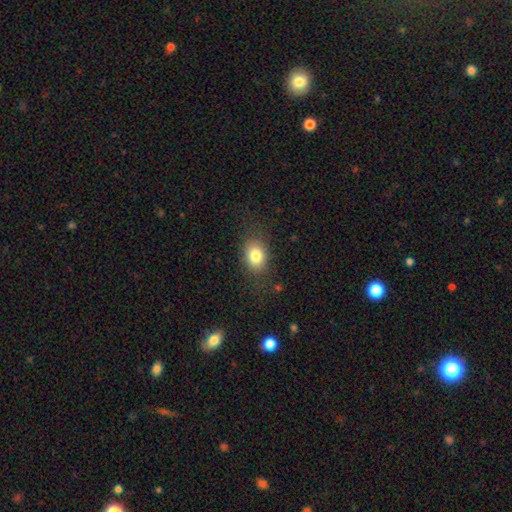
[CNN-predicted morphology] smooth_or_featured: smooth (p=0.81) [alt: star or artifact p=0.10]
how_rounded: in between (p=0.67) [alt: round p=0.32]
merging: none (p=0.79) [alt: minor disturbance p=0.14]